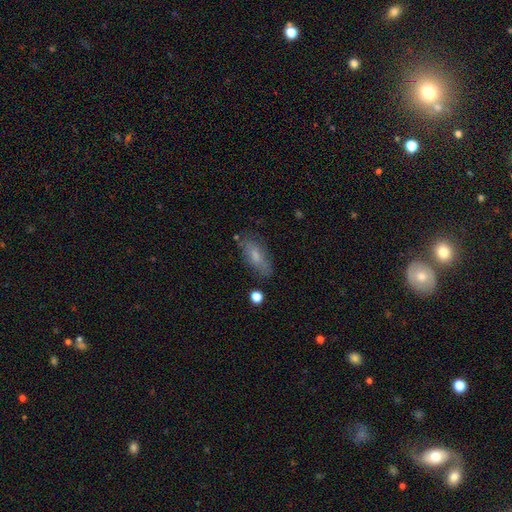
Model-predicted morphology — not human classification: Q: Smooth or featured?
A: smooth (66%); runner-up: featured or disk (25%)
Q: How rounded?
A: in between (73%); runner-up: cigar-shaped (24%)
Q: Merging?
A: none (72%); runner-up: minor disturbance (19%)